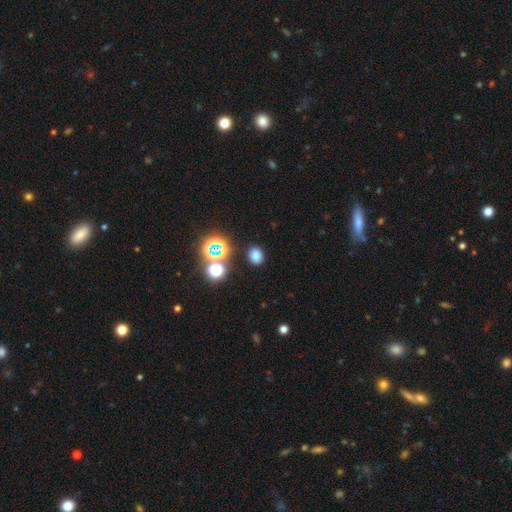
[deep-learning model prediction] Q: Smooth or featured?
A: smooth (74%); runner-up: star or artifact (20%)
Q: How rounded?
A: in between (53%); runner-up: round (46%)
Q: Merging?
A: none (85%); runner-up: minor disturbance (8%)